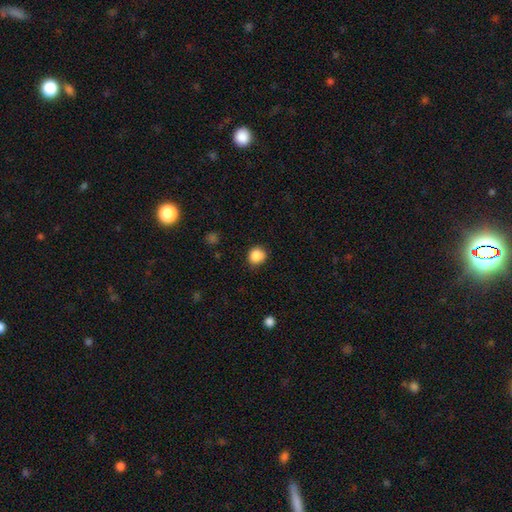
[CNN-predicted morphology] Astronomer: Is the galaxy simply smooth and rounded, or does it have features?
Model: smooth — 87%.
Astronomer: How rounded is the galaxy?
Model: round — 86%.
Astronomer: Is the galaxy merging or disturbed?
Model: none — 82%.